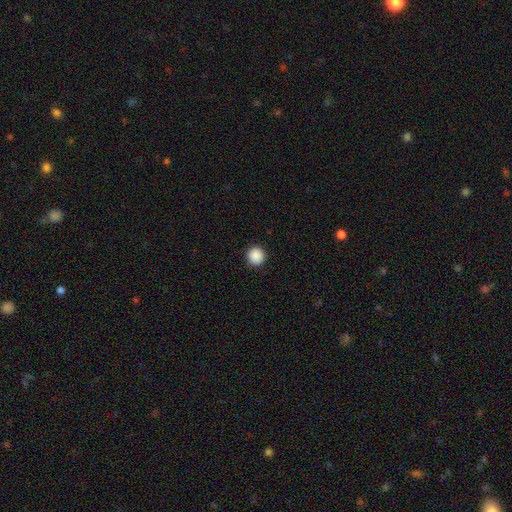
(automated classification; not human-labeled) This appears to be a smooth galaxy with no disk features (90%) that is round (96%). Merging: none (94%).